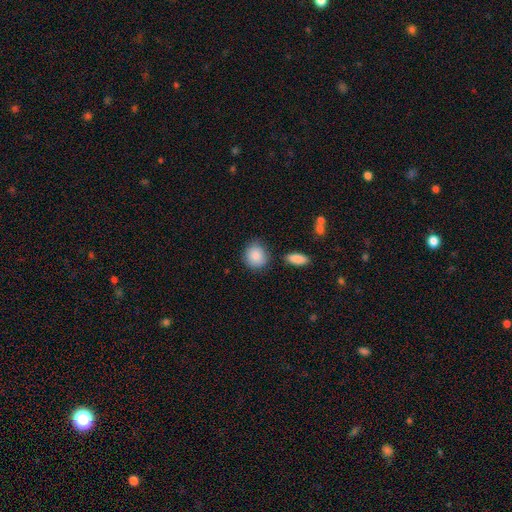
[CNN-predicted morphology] smooth 88%, star or artifact 7%, featured or disk 5%. Down the decision tree: how rounded — round (76%); merging — none (78%).